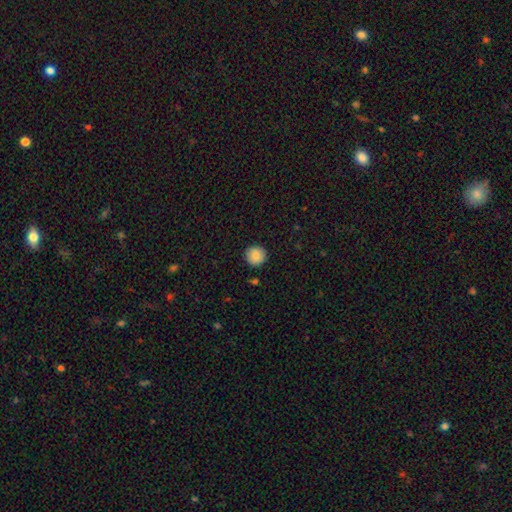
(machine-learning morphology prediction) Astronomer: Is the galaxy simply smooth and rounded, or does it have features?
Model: smooth — 88%.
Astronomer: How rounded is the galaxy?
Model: round — 94%.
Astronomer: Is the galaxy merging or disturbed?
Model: none — 91%.